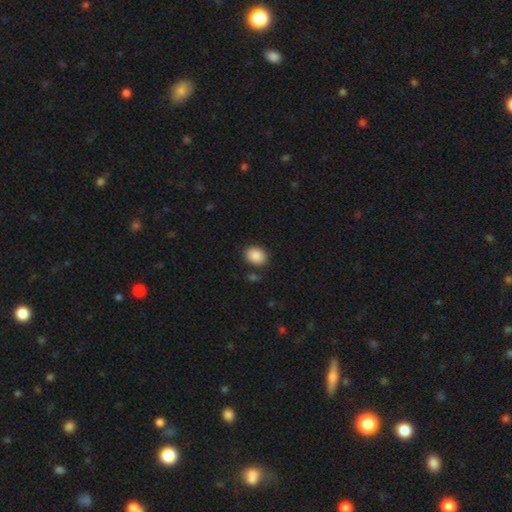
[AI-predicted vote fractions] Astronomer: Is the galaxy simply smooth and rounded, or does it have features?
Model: smooth — 88%.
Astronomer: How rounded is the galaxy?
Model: in between — 62%.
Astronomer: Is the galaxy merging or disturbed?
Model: none — 84%.